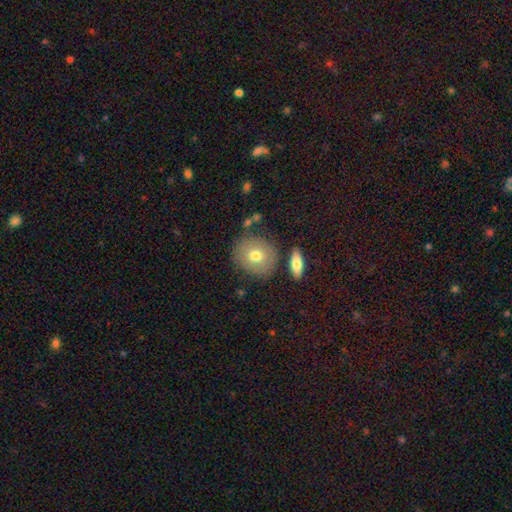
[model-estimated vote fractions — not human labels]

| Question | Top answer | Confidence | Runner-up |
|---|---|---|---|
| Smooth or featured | smooth | 73% | featured or disk (19%) |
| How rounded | round | 76% | in between (22%) |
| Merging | none | 78% | minor disturbance (12%) |